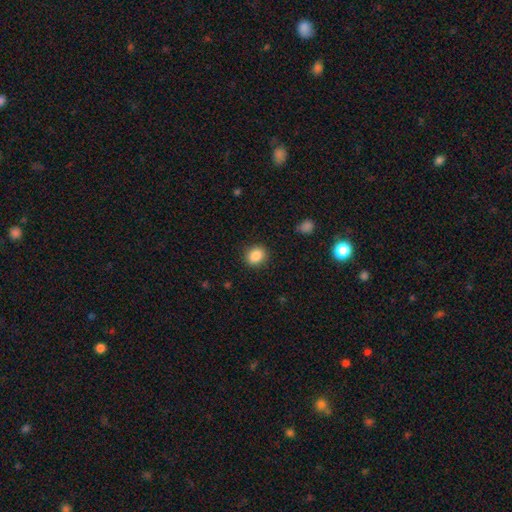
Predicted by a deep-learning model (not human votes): Overall: smooth (87%). How rounded: round (63%; in between 36%). Merging: none (89%).